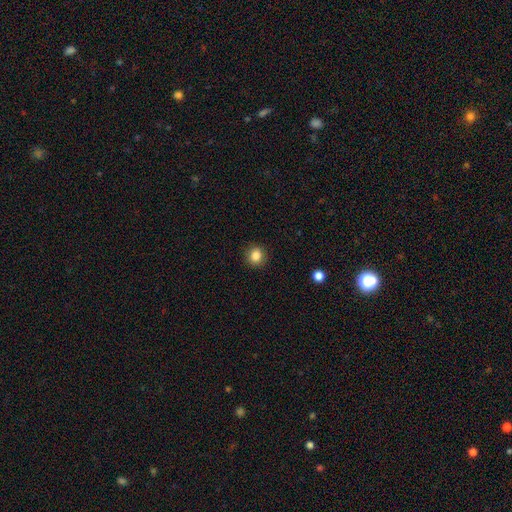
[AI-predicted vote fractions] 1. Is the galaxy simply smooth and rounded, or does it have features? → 86% smooth, 10% star or artifact, 4% featured or disk.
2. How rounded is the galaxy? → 87% round, 12% in between, 1% cigar-shaped.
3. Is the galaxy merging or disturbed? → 91% none, 6% minor disturbance, 2% major disturbance, 1% merger.